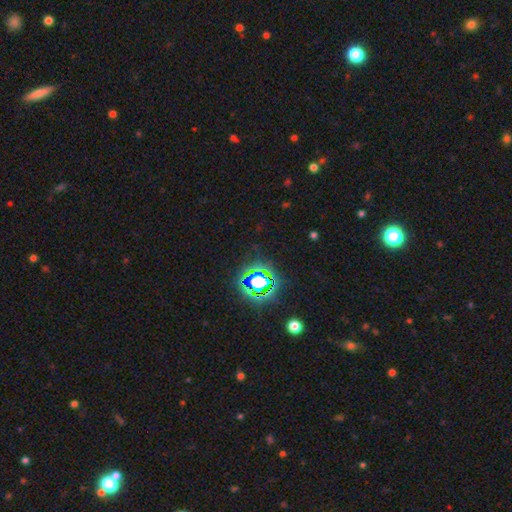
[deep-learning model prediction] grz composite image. It shows a star or artifact, not a galaxy (77%).